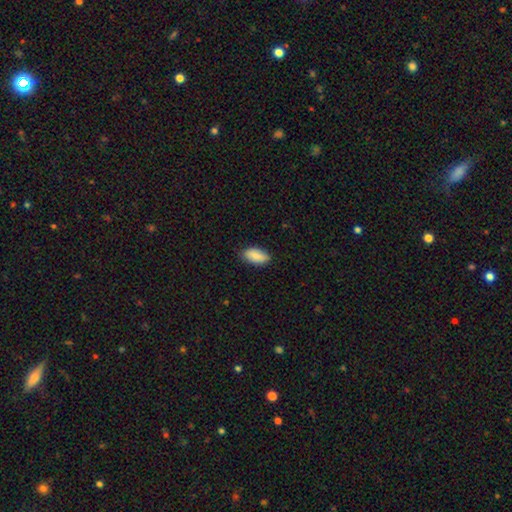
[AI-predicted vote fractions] A smooth galaxy with no disk features (85%) that is in between round and cigar-shaped (92%).

Vote fractions:
- Smooth or featured? smooth: 85% / featured or disk: 8% / star or artifact: 6%
- How rounded? in between: 92% / cigar-shaped: 5% / round: 3%
- Merging? none: 83% / minor disturbance: 14% / major disturbance: 2% / merger: 1%